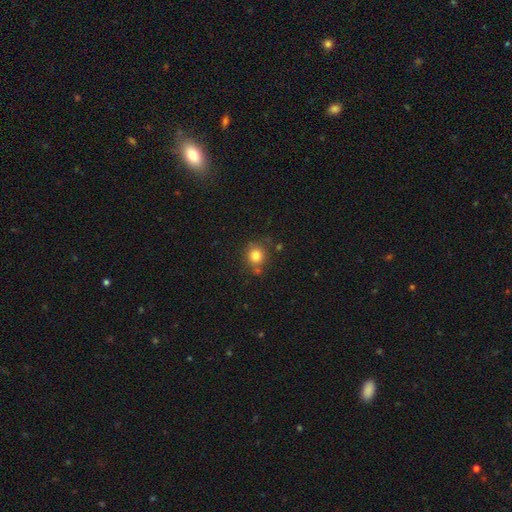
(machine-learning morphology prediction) smooth-or-featured: smooth: 81% | star or artifact: 12% | featured or disk: 7%
  how-rounded: round: 88% | in between: 11% | cigar-shaped: 1%
  merging: none: 75% | minor disturbance: 13% | merger: 8% | major disturbance: 4%